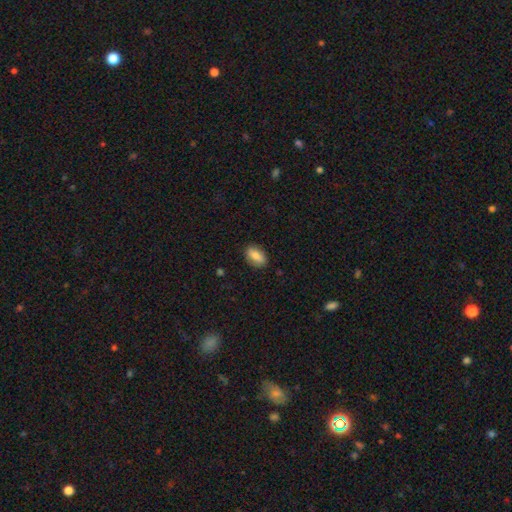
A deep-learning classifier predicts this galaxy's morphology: Smooth or featured?
  - smooth: 81% *
  - featured or disk: 12%
  - star or artifact: 7%
How rounded?
  - in between: 88% *
  - round: 7%
  - cigar-shaped: 5%
Merging?
  - none: 86% *
  - minor disturbance: 11%
  - major disturbance: 2%
  - merger: 1%